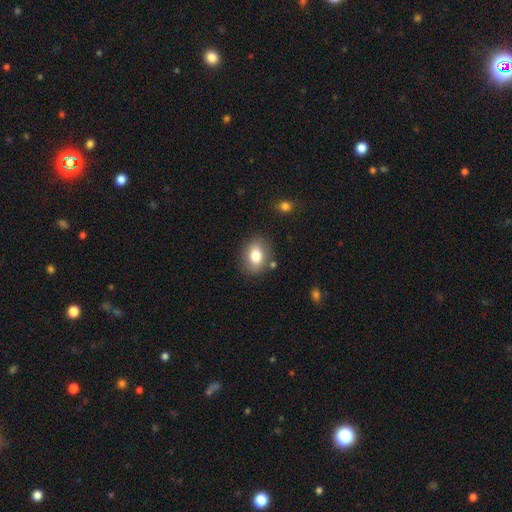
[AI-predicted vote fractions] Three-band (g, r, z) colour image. It shows a smooth galaxy with no disk features (78%) that is in between round and cigar-shaped (60%). Merging: none (81%).